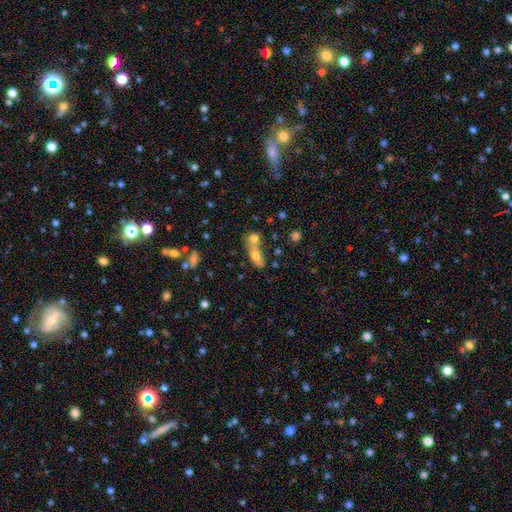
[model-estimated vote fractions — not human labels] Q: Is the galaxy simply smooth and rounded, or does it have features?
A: smooth — 71%.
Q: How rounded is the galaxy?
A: in between — 71%.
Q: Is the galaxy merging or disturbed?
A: merger — 60%.